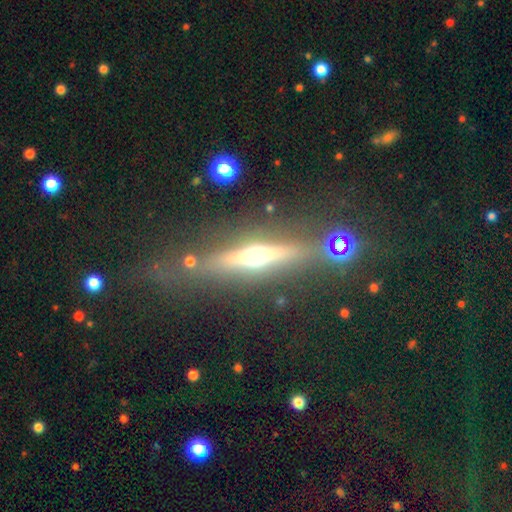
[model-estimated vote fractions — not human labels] This is likely a featured or disk galaxy (72%). It is clearly viewed edge-on (94%). Edge-on bulge: clearly rounded (92%). Merging: likely none (76%).